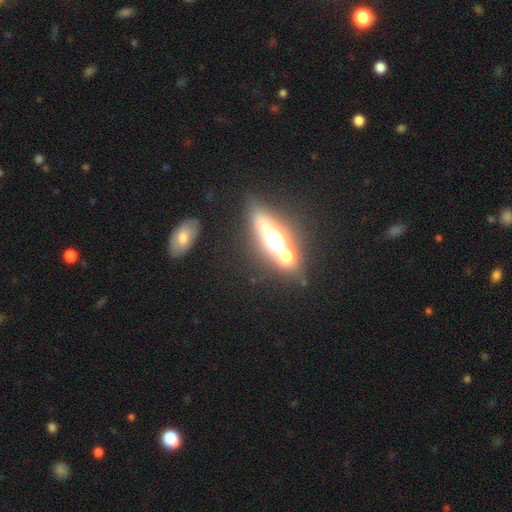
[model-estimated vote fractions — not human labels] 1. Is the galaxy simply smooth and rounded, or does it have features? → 53% featured or disk, 32% smooth, 15% star or artifact.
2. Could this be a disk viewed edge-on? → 78% yes, 22% no.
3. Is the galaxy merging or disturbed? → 54% none, 29% merger, 11% minor disturbance, 6% major disturbance.